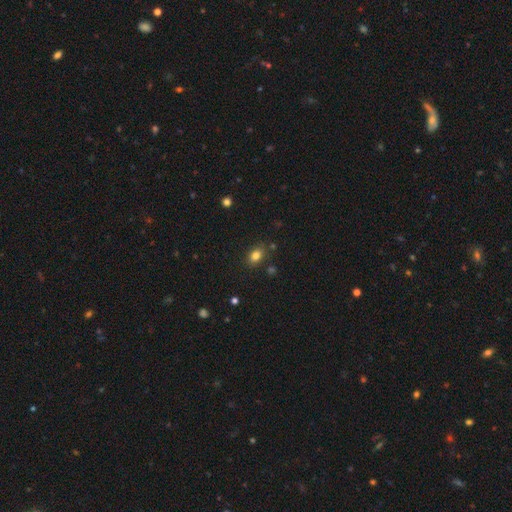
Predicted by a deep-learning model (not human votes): Smooth or featured? smooth (80%)
How rounded? in between (69%)
Merging? none (81%)